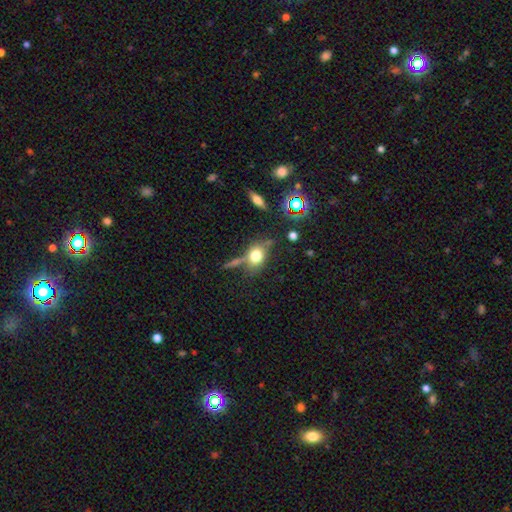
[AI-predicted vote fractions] A smooth galaxy with no disk features (68%) that is in between round and cigar-shaped (49%).

Vote fractions:
- Smooth or featured? smooth: 68% / featured or disk: 18% / star or artifact: 14%
- How rounded? in between: 49% / round: 47% / cigar-shaped: 4%
- Merging? none: 58% / minor disturbance: 18% / merger: 16% / major disturbance: 9%